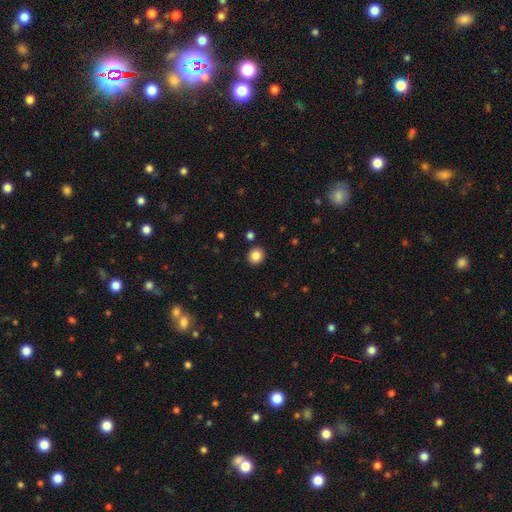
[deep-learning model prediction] This is clearly a smooth galaxy (86%). How rounded: clearly round (87%). Merging: clearly none (90%).